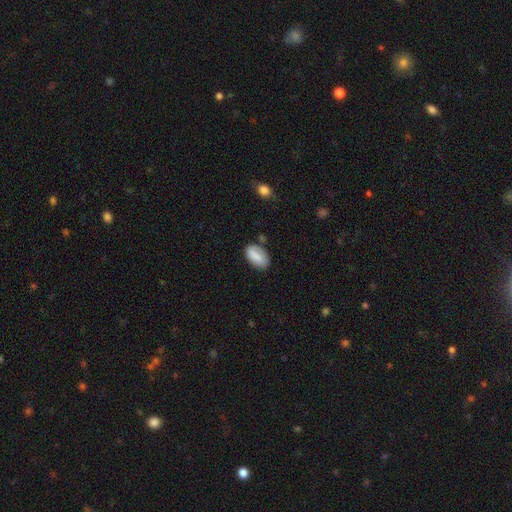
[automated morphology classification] smooth 82%, featured or disk 11%, star or artifact 7%. Down the decision tree: how rounded — in between (93%); merging — none (70%).